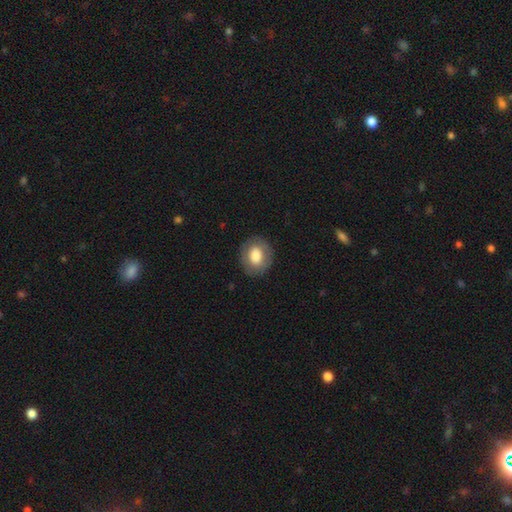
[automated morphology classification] Smooth or featured: smooth — 76% (featured or disk — 17%)
How rounded: round — 60% (in between — 39%)
Merging: none — 86% (minor disturbance — 10%)